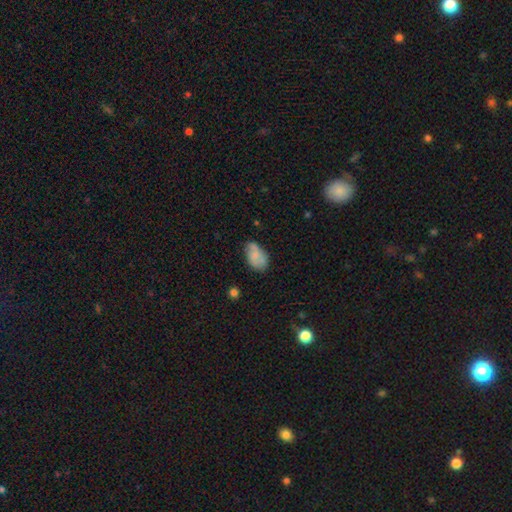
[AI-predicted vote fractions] Overall: smooth (67%). How rounded: in between (91%). Merging: none (57%; minor disturbance 31%).